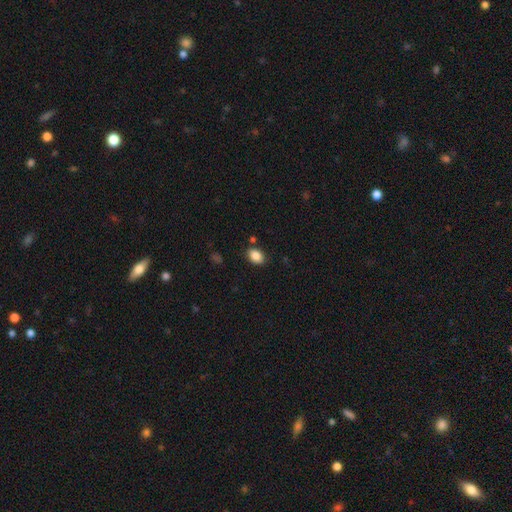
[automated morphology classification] smooth-or-featured: smooth: 87% | star or artifact: 8% | featured or disk: 5%
  how-rounded: in between: 78% | round: 21% | cigar-shaped: 1%
  merging: none: 82% | minor disturbance: 11% | merger: 4% | major disturbance: 3%